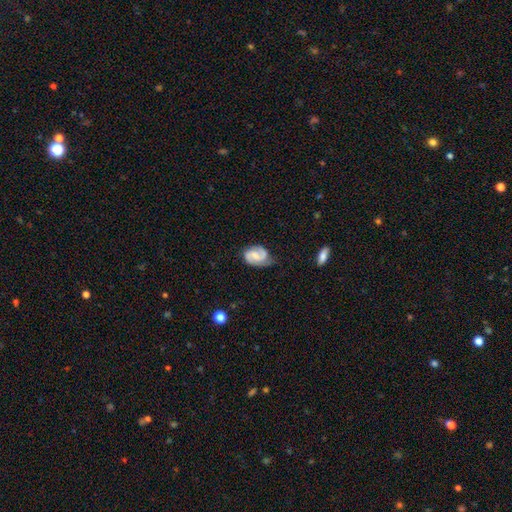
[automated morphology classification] This is likely a featured or disk galaxy (78%). It is clearly not viewed edge-on (98%). Bar: possibly weak (49%). Spiral arm pattern: clearly yes (96%). Spiral arm count: clearly 2 (89%). Spiral winding: possibly medium (49%). Central bulge: marginally small (42%). Merging: likely none (67%).